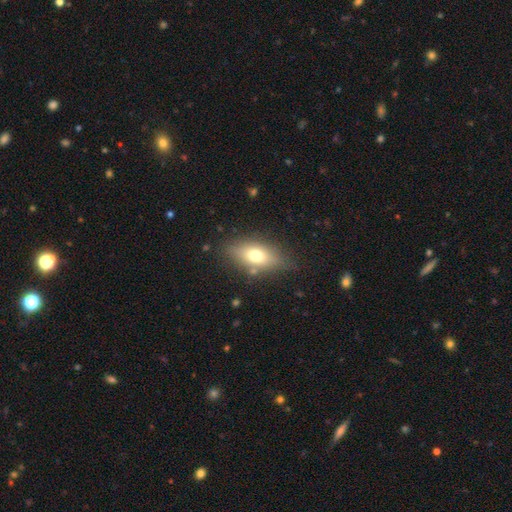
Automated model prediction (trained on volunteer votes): A smooth galaxy with no disk features (69%) that is in between round and cigar-shaped (81%). Merging: none (76%).